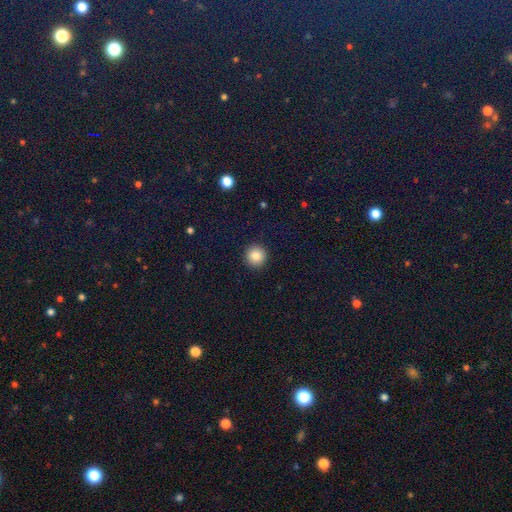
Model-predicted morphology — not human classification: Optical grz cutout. It shows a smooth galaxy with no disk features (84%) that is round (95%). Merging: none (93%).